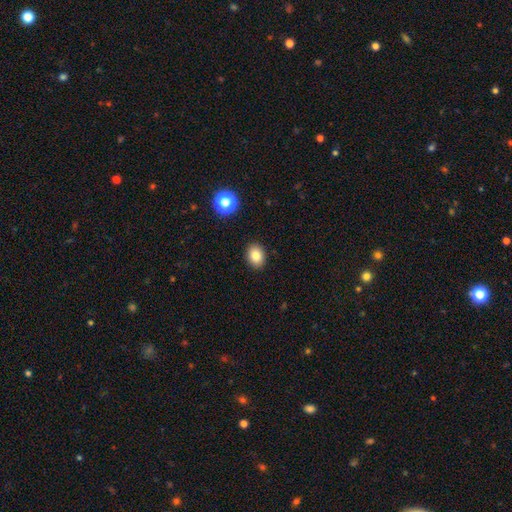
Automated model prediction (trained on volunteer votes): This is clearly a smooth galaxy (82%). How rounded: likely in between (60%). Merging: clearly none (90%).